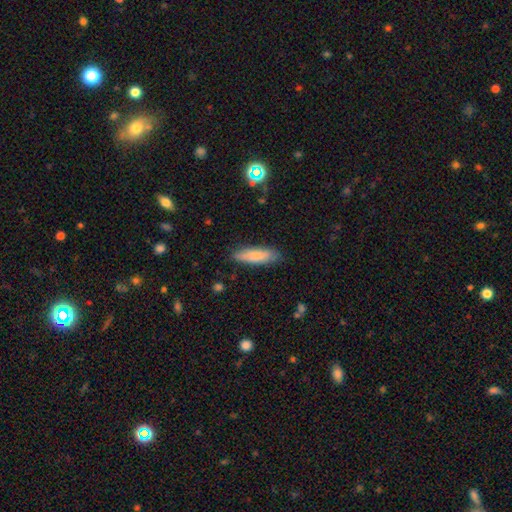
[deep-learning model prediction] Q: Smooth or featured?
A: smooth (76%); runner-up: featured or disk (18%)
Q: How rounded?
A: cigar-shaped (55%); runner-up: in between (43%)
Q: Merging?
A: none (81%); runner-up: minor disturbance (15%)